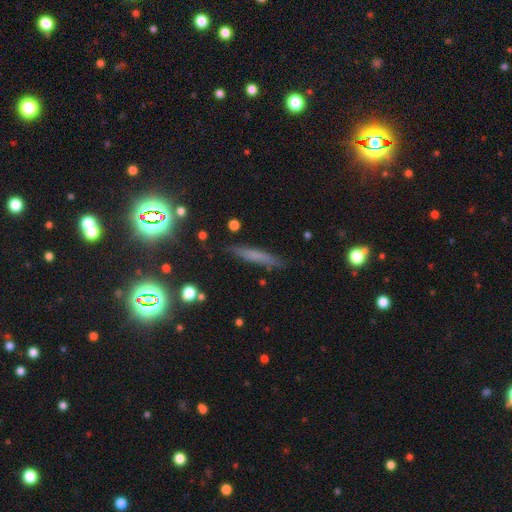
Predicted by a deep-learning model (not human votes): Smooth or featured?
  - smooth: 57% *
  - featured or disk: 28%
  - star or artifact: 15%
How rounded?
  - cigar-shaped: 90% *
  - in between: 7%
  - round: 3%
Merging?
  - none: 85% *
  - minor disturbance: 11%
  - major disturbance: 2%
  - merger: 2%